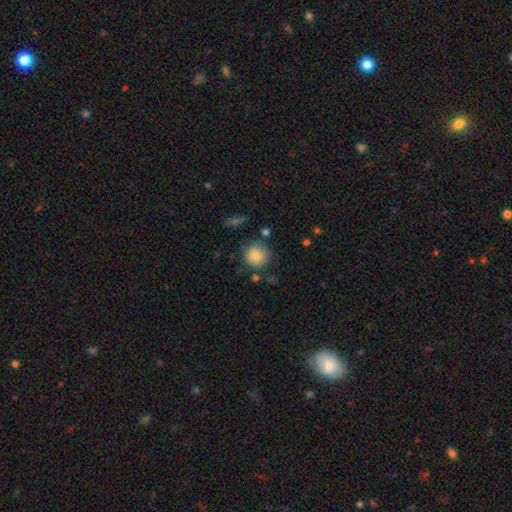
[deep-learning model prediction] Overall: smooth (83%). How rounded: round (93%). Merging: none (78%).